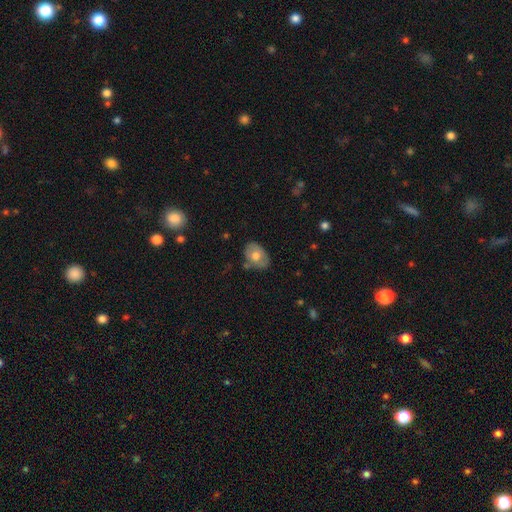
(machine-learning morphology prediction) The model was most divided on "smooth or featured": smooth: 62%, featured or disk: 31%, star or artifact: 7%. More confident: how rounded — in between (79%); merging — none (71%).